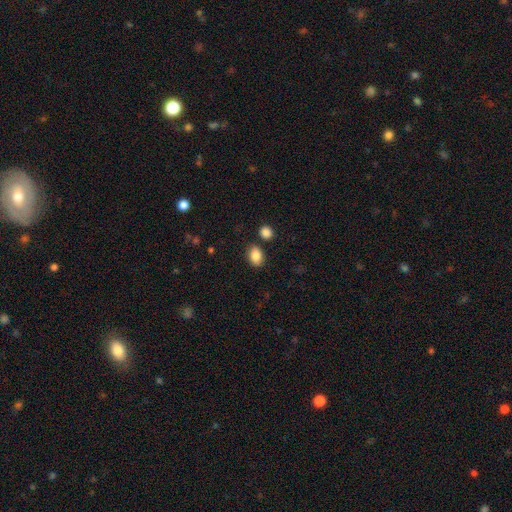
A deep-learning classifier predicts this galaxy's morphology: The model was most divided on "how rounded": in between: 75%, round: 23%, cigar-shaped: 1%. More confident: smooth or featured — smooth (86%); merging — none (82%).